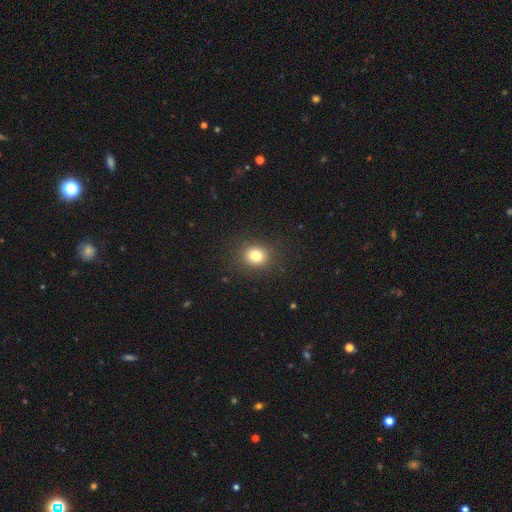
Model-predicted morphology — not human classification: Smooth or featured?
  - smooth: 80% *
  - star or artifact: 13%
  - featured or disk: 7%
How rounded?
  - round: 76% *
  - in between: 23%
  - cigar-shaped: 1%
Merging?
  - none: 89% *
  - minor disturbance: 7%
  - major disturbance: 3%
  - merger: 1%